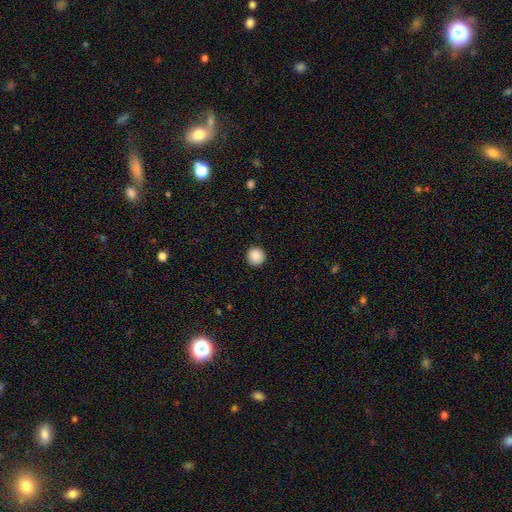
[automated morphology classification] Overall: smooth (89%). How rounded: round (94%). Merging: none (92%).